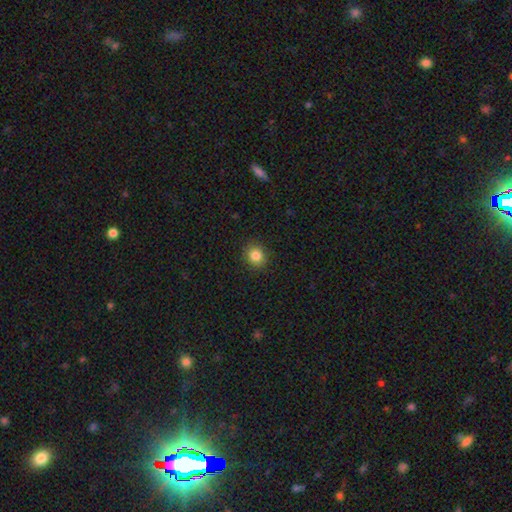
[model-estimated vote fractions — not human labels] Smooth or featured: smooth — 84% (star or artifact — 11%)
How rounded: round — 85% (in between — 15%)
Merging: none — 90% (minor disturbance — 7%)